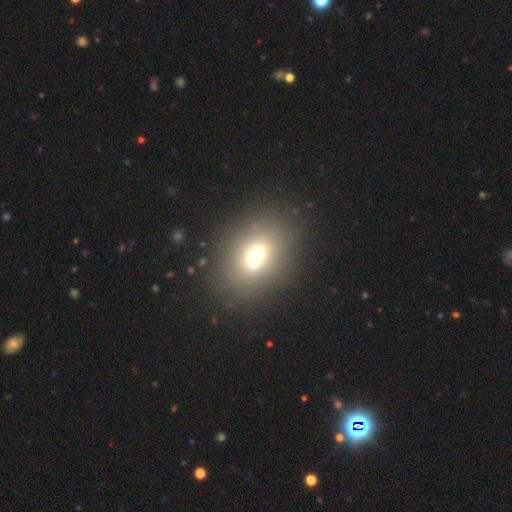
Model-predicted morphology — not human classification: Smooth or featured?
  - smooth: 64% *
  - featured or disk: 21%
  - star or artifact: 15%
How rounded?
  - in between: 65% *
  - round: 34%
  - cigar-shaped: 2%
Merging?
  - none: 82% *
  - minor disturbance: 10%
  - major disturbance: 5%
  - merger: 2%